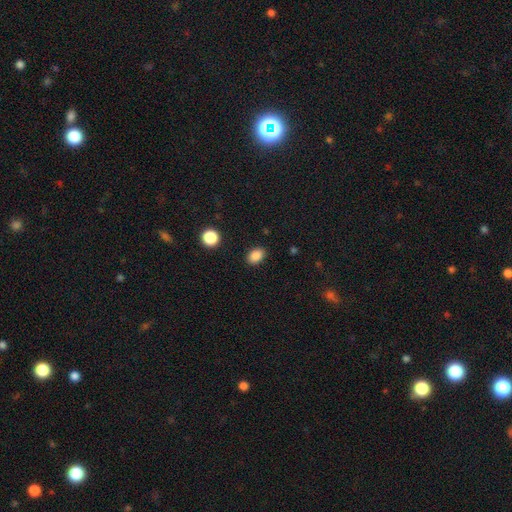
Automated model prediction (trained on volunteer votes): Smooth or featured: smooth — 86% (star or artifact — 10%)
How rounded: in between — 76% (round — 23%)
Merging: none — 88% (minor disturbance — 8%)